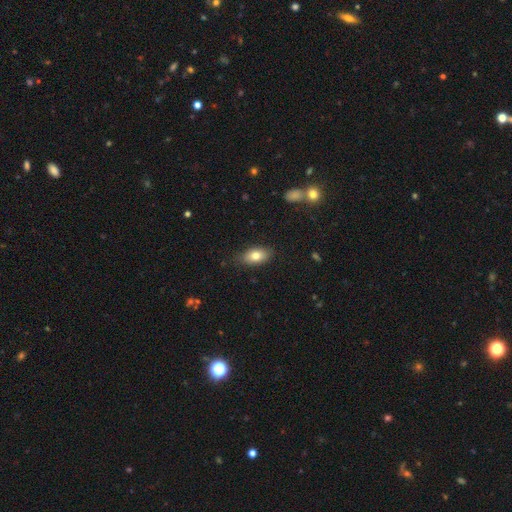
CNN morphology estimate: smooth_or_featured: smooth (p=0.79) [alt: featured or disk p=0.14]
how_rounded: in between (p=0.89) [alt: round p=0.07]
merging: none (p=0.83) [alt: minor disturbance p=0.13]